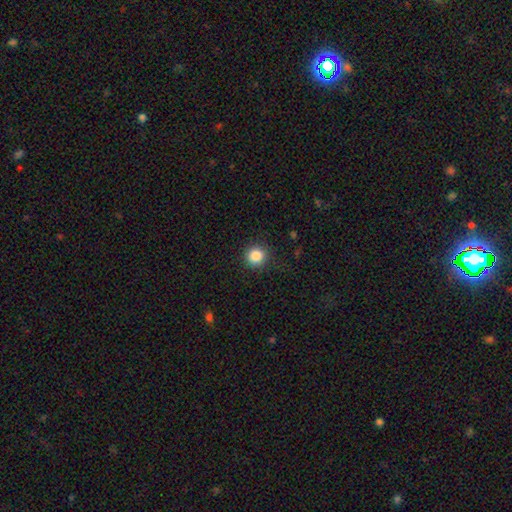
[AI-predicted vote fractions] Overall: smooth (86%). How rounded: round (93%). Merging: none (89%).